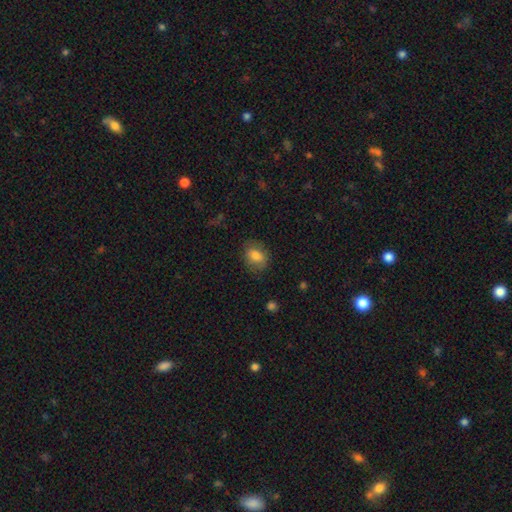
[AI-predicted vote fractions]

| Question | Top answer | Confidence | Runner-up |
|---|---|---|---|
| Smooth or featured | smooth | 80% | featured or disk (12%) |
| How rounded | in between | 63% | round (36%) |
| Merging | none | 74% | minor disturbance (18%) |